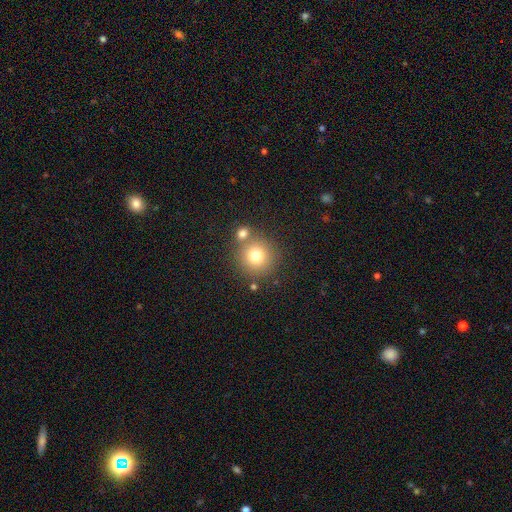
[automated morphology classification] The model was most divided on "merging": none: 70%, merger: 18%, minor disturbance: 8%, major disturbance: 3%. More confident: how rounded — round (93%); smooth or featured — smooth (76%).